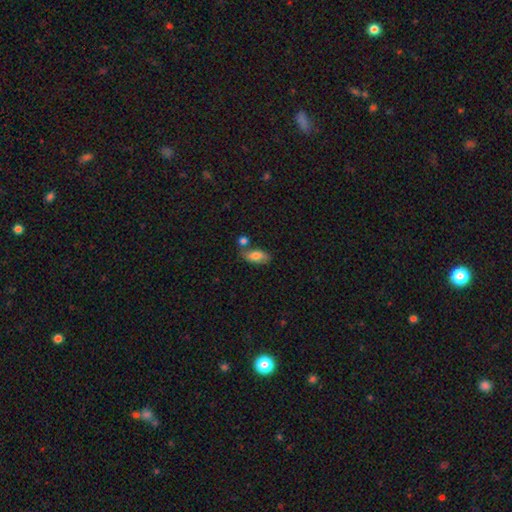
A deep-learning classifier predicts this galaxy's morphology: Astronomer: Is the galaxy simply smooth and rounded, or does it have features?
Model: smooth — 71%.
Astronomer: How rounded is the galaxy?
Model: in between — 88%.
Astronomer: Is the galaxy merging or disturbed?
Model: none — 56%.